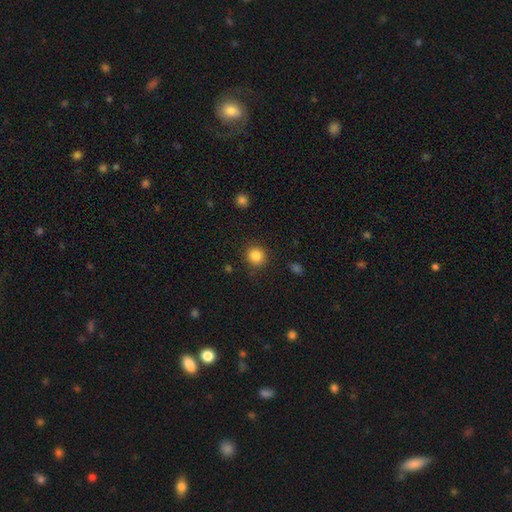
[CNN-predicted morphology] The model was most divided on "smooth or featured": smooth: 85%, star or artifact: 11%, featured or disk: 4%. More confident: how rounded — round (90%); merging — none (87%).